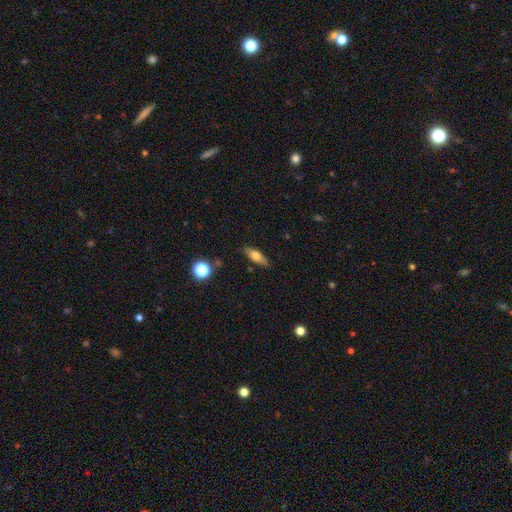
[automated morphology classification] smooth 62%, featured or disk 30%, star or artifact 8%. Down the decision tree: how rounded — in between (60%); merging — none (81%).